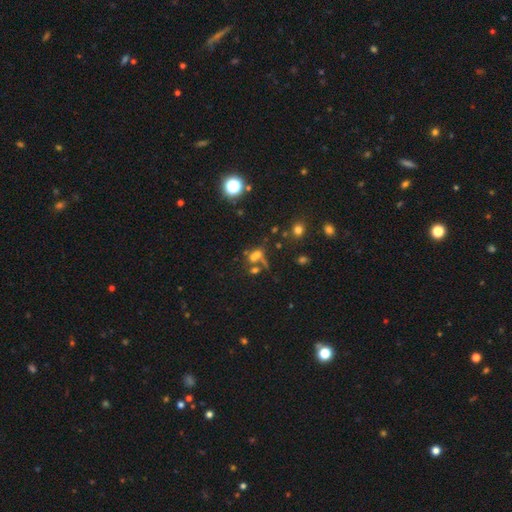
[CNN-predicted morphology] smooth-or-featured: smooth: 48% | star or artifact: 30% | featured or disk: 22%
  merging: merger: 44% | none: 32% | major disturbance: 14% | minor disturbance: 11%